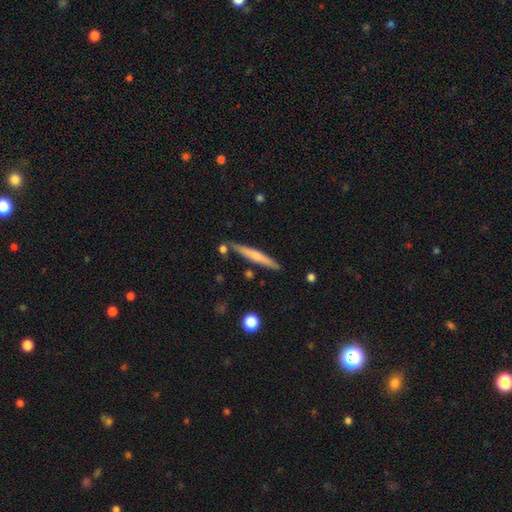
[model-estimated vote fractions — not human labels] Smooth or featured? smooth (52%)
How rounded? cigar-shaped (95%)
Merging? none (84%)